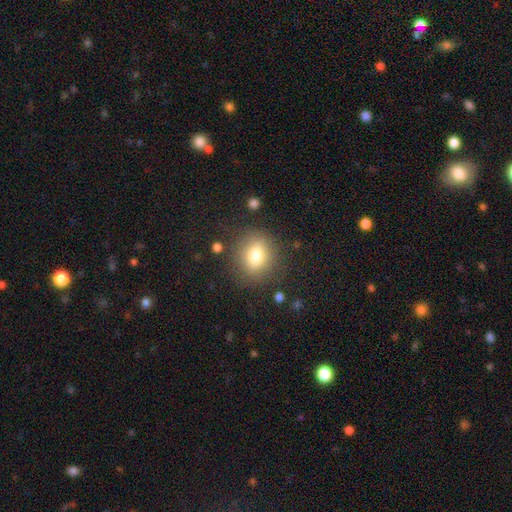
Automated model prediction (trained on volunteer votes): Smooth or featured? smooth (73%)
How rounded? round (69%)
Merging? none (83%)